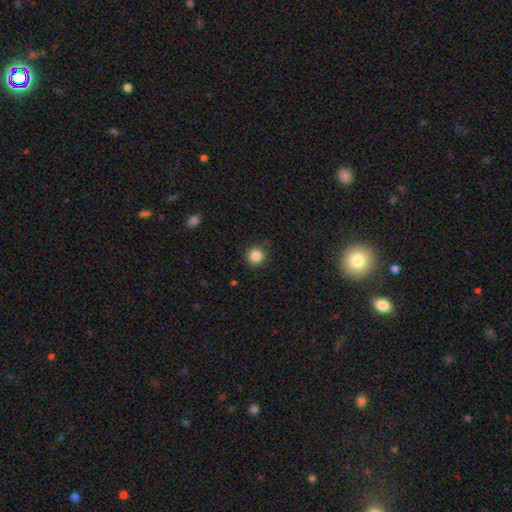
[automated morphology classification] type=smooth (85%); roundness=round (94%); merging=none (89%).